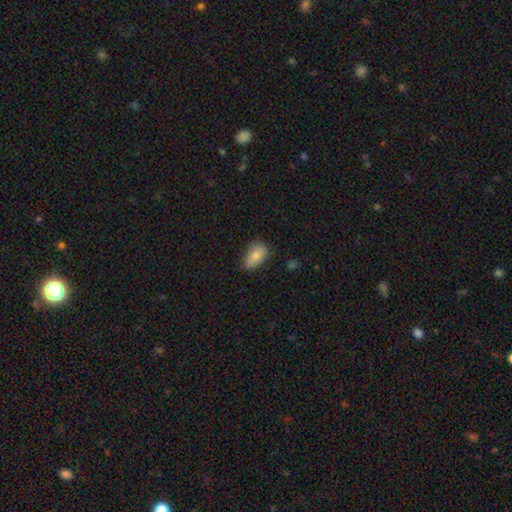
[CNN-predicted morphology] This is clearly a smooth galaxy (80%). How rounded: clearly in between (90%). Merging: likely none (66%).